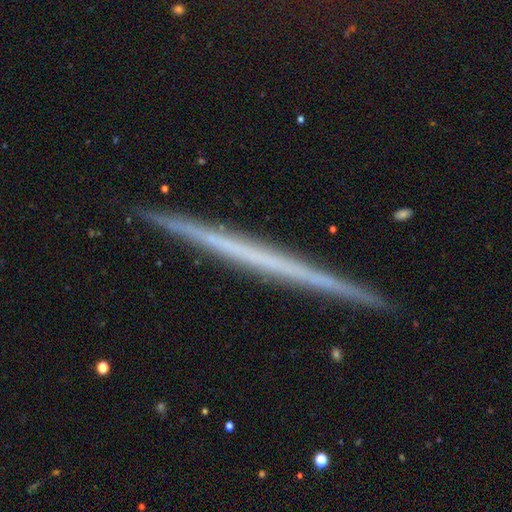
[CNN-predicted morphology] The model was most divided on "smooth or featured": featured or disk: 64%, smooth: 24%, star or artifact: 12%. More confident: edge-on disk — yes (97%); edge-on bulge — none (93%); merging — none (90%).